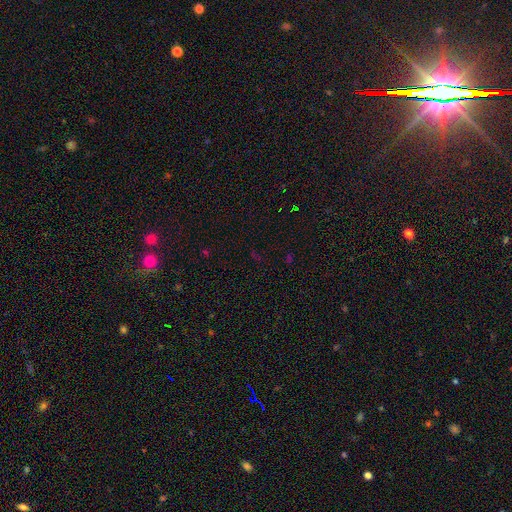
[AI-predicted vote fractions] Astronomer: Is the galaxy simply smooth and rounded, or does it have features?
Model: star or artifact — 69%.